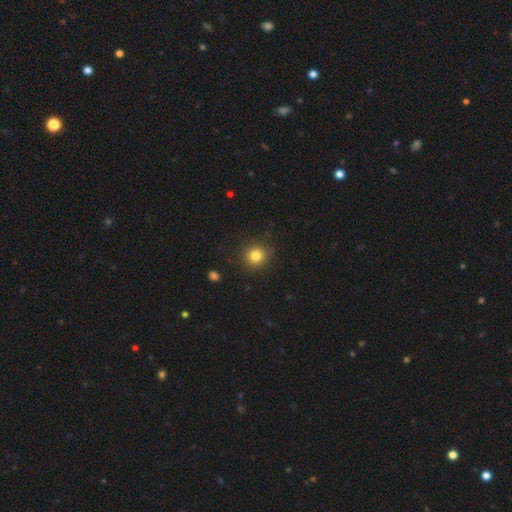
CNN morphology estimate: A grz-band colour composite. It shows a smooth galaxy with no disk features (82%) that is round (90%). Merging: none (89%).